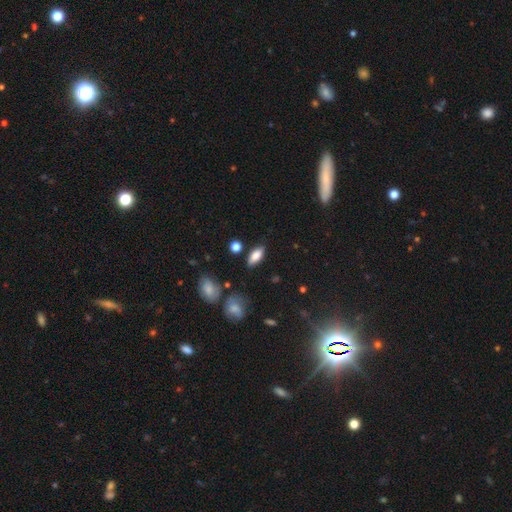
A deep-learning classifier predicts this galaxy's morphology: The model was most divided on "how rounded": in between: 78%, cigar-shaped: 18%, round: 4%. More confident: merging — none (80%); smooth or featured — smooth (78%).